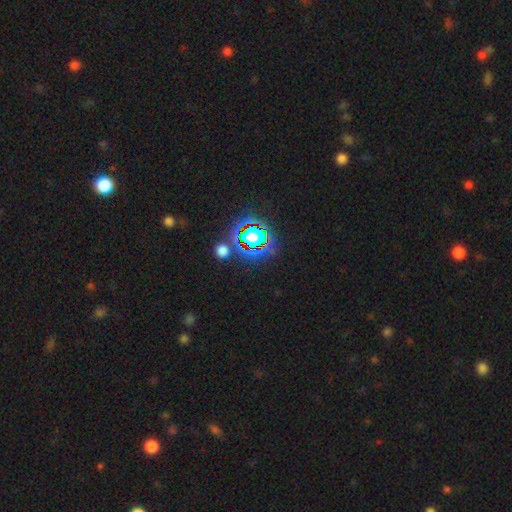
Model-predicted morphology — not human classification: smooth_or_featured: star or artifact (p=0.78) [alt: smooth p=0.14]